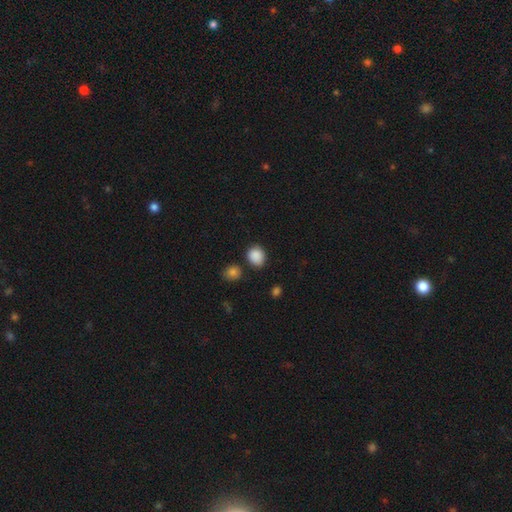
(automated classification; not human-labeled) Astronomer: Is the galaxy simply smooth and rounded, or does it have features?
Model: smooth — 88%.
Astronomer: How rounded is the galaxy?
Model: round — 66%.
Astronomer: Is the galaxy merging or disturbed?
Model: none — 79%.